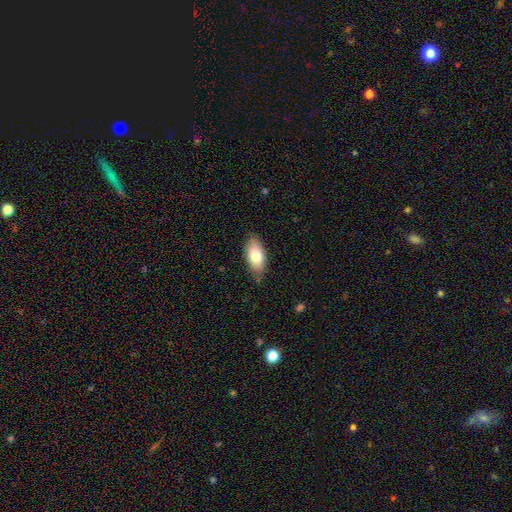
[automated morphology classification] Overall: smooth (78%). How rounded: in between (90%). Merging: none (81%).